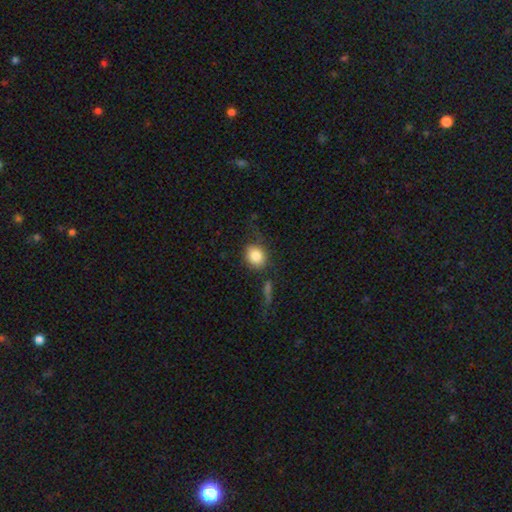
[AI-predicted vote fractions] A smooth galaxy with no disk features (84%) that is round (64%).

Vote fractions:
- Smooth or featured? smooth: 84% / star or artifact: 8% / featured or disk: 8%
- How rounded? round: 64% / in between: 34% / cigar-shaped: 2%
- Merging? none: 63% / minor disturbance: 19% / major disturbance: 10% / merger: 8%